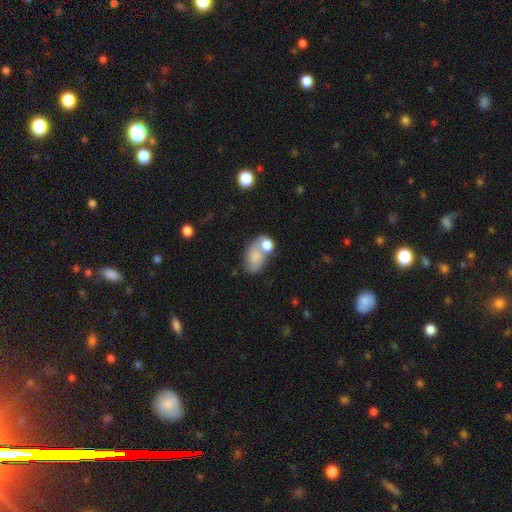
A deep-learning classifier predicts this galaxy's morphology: A smooth galaxy with no disk features (70%) that is in between round and cigar-shaped (82%).

Vote fractions:
- Smooth or featured? smooth: 70% / featured or disk: 21% / star or artifact: 9%
- How rounded? in between: 82% / round: 17% / cigar-shaped: 2%
- Merging? merger: 44% / none: 30% / minor disturbance: 16% / major disturbance: 10%